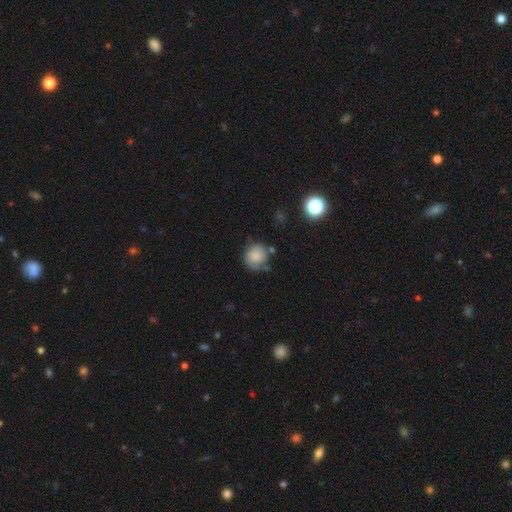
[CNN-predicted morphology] This is likely a smooth galaxy (80%). How rounded: clearly round (86%). Merging: likely none (64%).